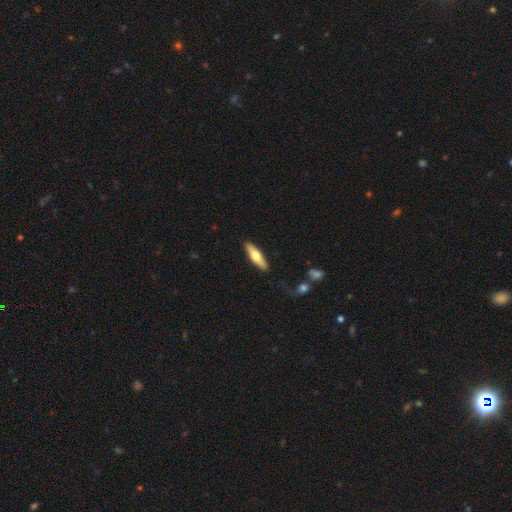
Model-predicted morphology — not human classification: Smooth or featured?
  - smooth: 56% *
  - featured or disk: 39%
  - star or artifact: 5%
How rounded?
  - cigar-shaped: 64% *
  - in between: 34%
  - round: 2%
Merging?
  - none: 88% *
  - minor disturbance: 9%
  - major disturbance: 2%
  - merger: 1%